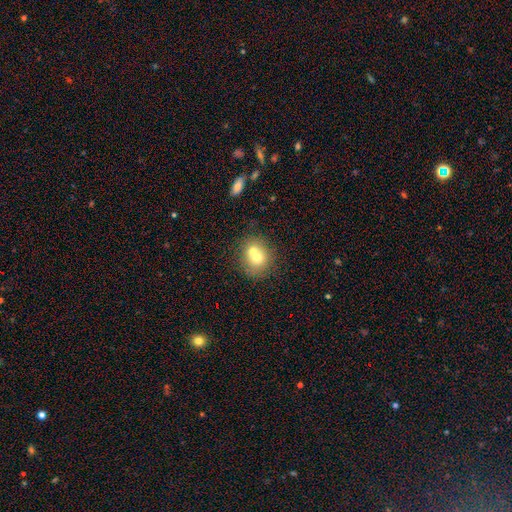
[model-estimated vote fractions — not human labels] Smooth or featured? Predicted: smooth (p=0.65). How rounded? Predicted: round (p=0.75). Merging? Predicted: merger (p=0.58).